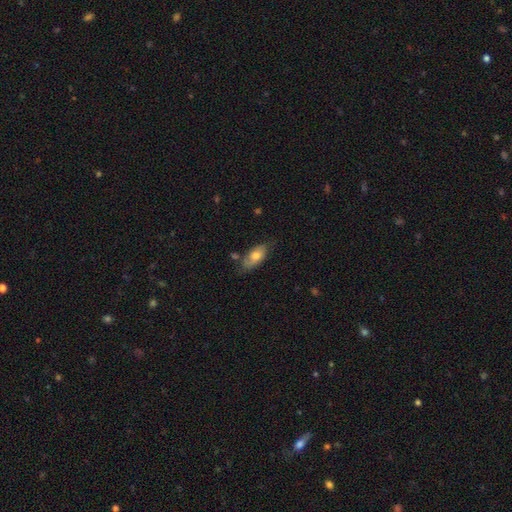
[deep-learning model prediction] smooth 69%, featured or disk 25%, star or artifact 7%. Down the decision tree: how rounded — in between (88%); merging — none (61%).